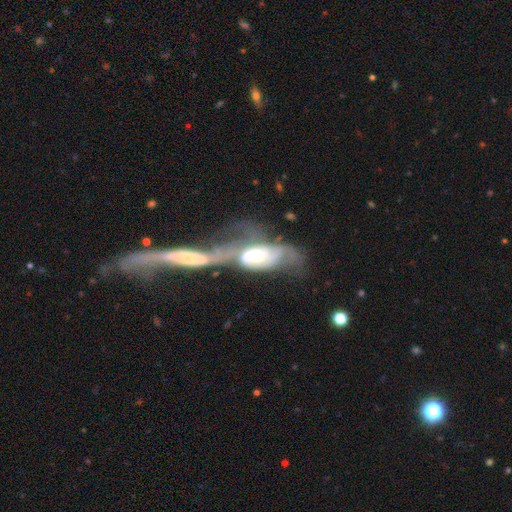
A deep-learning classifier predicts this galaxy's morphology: A featured or disk galaxy (68%) with no bar (67%), spiral arms (70%) and a moderate central bulge (56%). Merging: merger (70%).